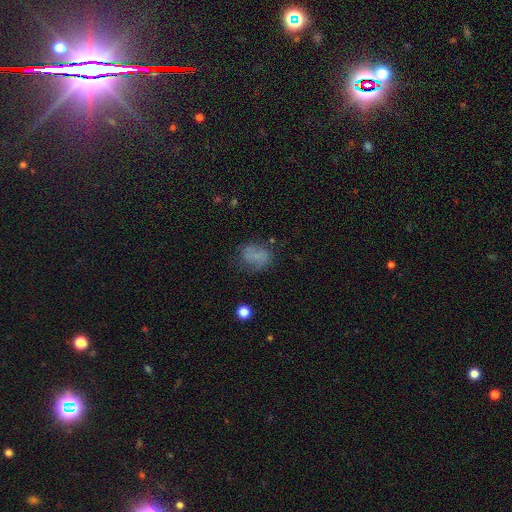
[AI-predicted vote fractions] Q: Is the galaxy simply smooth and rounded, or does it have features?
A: smooth — 62%.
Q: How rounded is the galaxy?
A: in between — 61%.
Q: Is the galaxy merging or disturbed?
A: none — 60%.